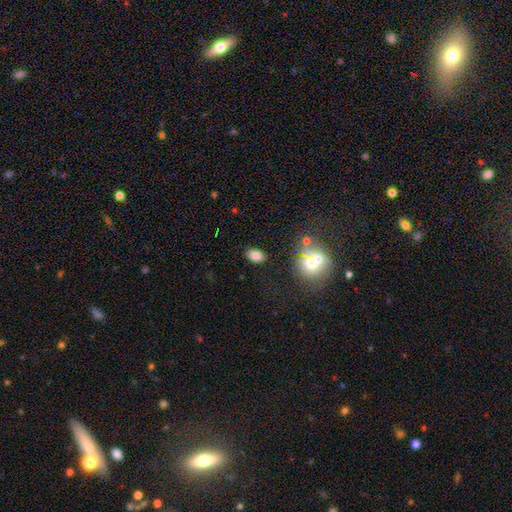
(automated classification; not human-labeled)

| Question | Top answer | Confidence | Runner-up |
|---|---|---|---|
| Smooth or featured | smooth | 81% | star or artifact (13%) |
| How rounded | in between | 86% | round (12%) |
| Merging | none | 85% | minor disturbance (10%) |